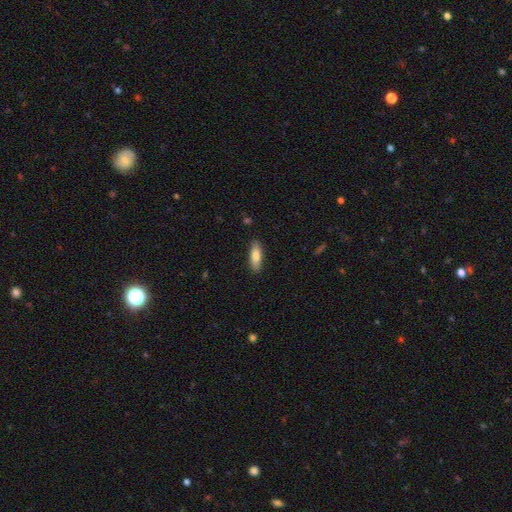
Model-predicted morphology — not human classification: Smooth or featured?
  - smooth: 80% *
  - featured or disk: 14%
  - star or artifact: 6%
How rounded?
  - in between: 59% *
  - cigar-shaped: 39%
  - round: 2%
Merging?
  - none: 87% *
  - minor disturbance: 10%
  - major disturbance: 2%
  - merger: 1%